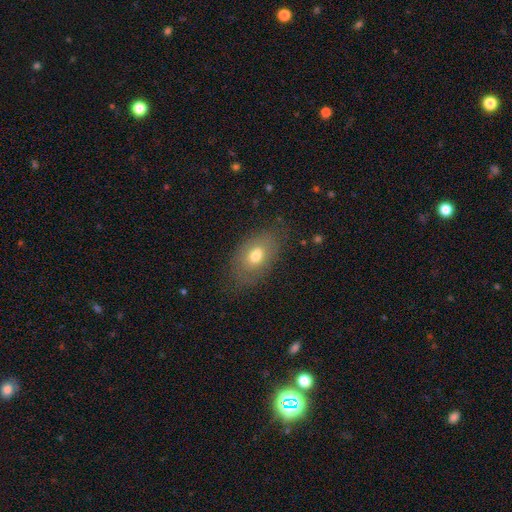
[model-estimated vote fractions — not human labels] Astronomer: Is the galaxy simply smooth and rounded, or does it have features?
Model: smooth — 68%.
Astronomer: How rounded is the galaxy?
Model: in between — 87%.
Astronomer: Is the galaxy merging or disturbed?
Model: none — 75%.